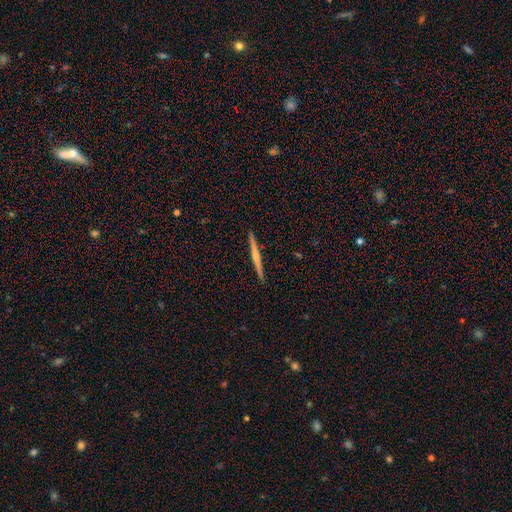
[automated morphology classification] smooth-or-featured: featured or disk: 73% | smooth: 21% | star or artifact: 6%
  disk-edge-on: yes: 98% | no: 2%
    edge-on-bulge: rounded: 71% | none: 24% | boxy: 5%
  merging: none: 93% | minor disturbance: 5% | major disturbance: 1% | merger: 1%